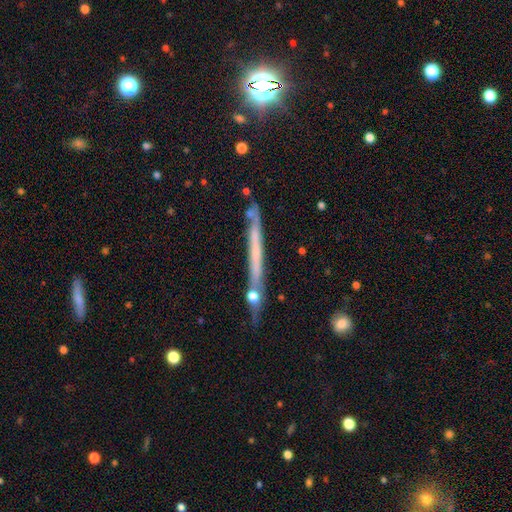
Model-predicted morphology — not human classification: Smooth or featured: featured or disk — 56% (smooth — 35%)
Edge-on disk: yes — 94% (no — 6%)
Edge-on bulge: none — 86% (rounded — 9%)
Merging: none — 76% (minor disturbance — 15%)